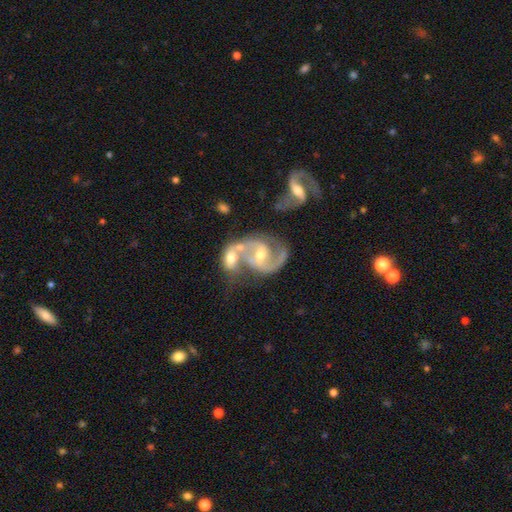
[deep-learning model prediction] featured or disk 88%, smooth 6%, star or artifact 6%. Down the decision tree: edge-on disk — no (97%); bar — weak (40%); spiral arms — yes (96%); spiral arm count — 2 (88%); spiral winding — medium (56%); bulge size — moderate (54%); merging — merger (56%).